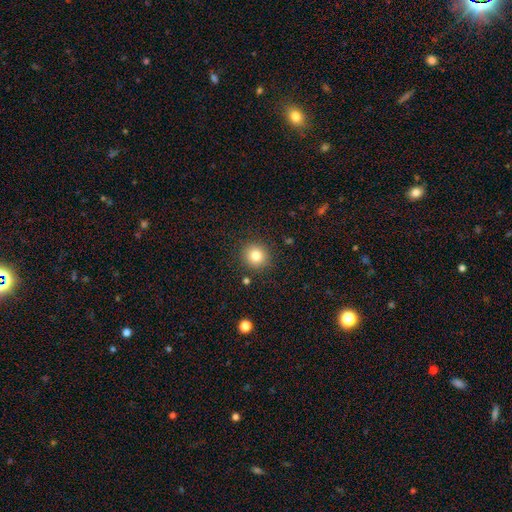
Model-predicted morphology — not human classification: Overall: smooth (81%). How rounded: round (92%). Merging: none (88%).